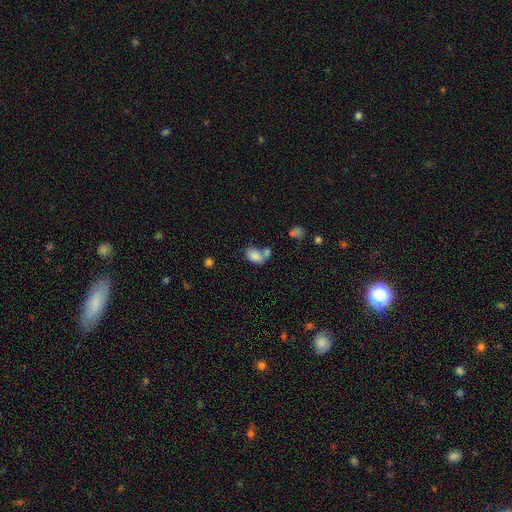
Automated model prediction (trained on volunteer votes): Overall: smooth (82%). How rounded: in between (89%). Merging: merger (42%; none 38%).